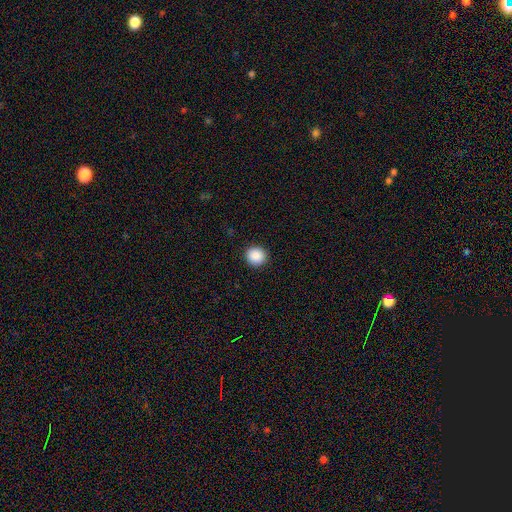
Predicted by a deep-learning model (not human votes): This appears to be a smooth galaxy with no disk features (89%) that is round (91%). Merging: none (92%).